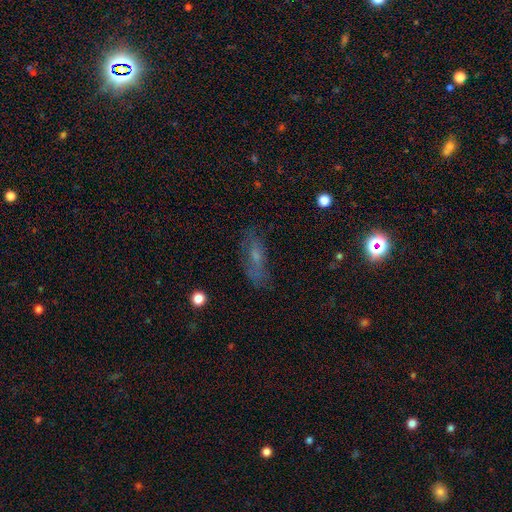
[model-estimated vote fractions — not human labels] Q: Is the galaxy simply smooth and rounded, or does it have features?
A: smooth — 51%.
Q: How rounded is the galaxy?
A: in between — 66%.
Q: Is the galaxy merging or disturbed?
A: none — 65%.